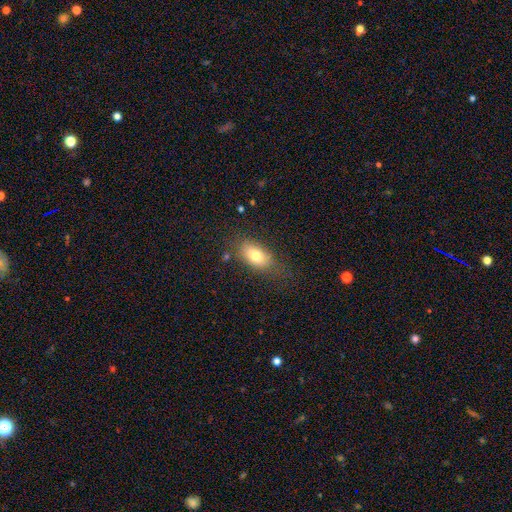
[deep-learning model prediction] smooth-or-featured: smooth: 77% | featured or disk: 15% | star or artifact: 8%
  how-rounded: in between: 88% | round: 7% | cigar-shaped: 5%
  merging: none: 68% | minor disturbance: 21% | major disturbance: 8% | merger: 2%